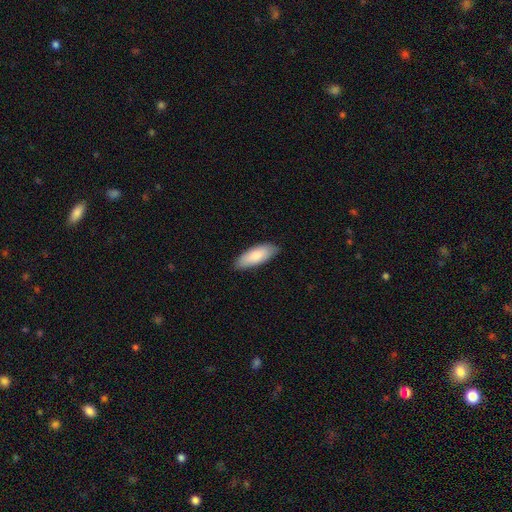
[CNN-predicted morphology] A smooth galaxy with no disk features (83%) that is in between round and cigar-shaped (71%). Merging: none (84%).